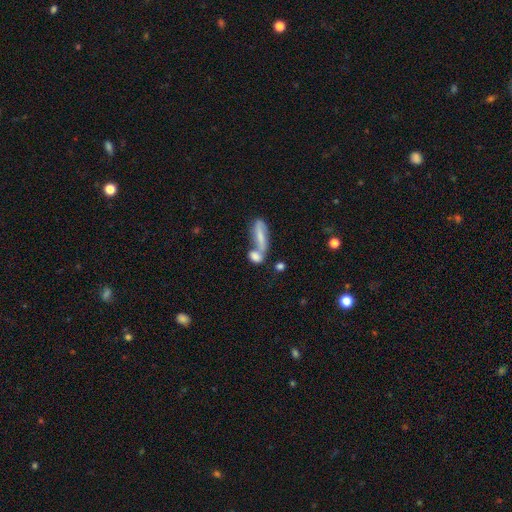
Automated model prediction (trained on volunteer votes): smooth 67%, featured or disk 24%, star or artifact 9%. Down the decision tree: how rounded — in between (60%); merging — merger (57%).